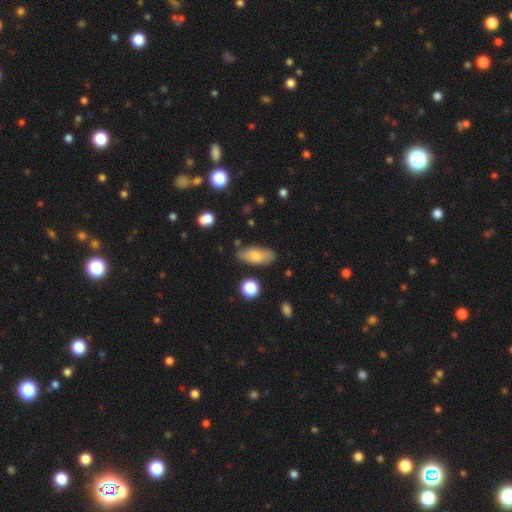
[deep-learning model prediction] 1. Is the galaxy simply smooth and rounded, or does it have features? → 75% smooth, 18% featured or disk, 7% star or artifact.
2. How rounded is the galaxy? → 85% in between, 12% cigar-shaped, 3% round.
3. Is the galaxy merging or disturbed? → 78% none, 16% minor disturbance, 3% merger, 3% major disturbance.